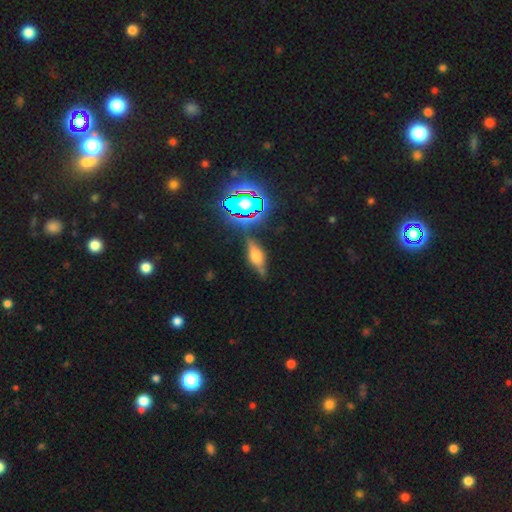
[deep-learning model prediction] Smooth or featured? Predicted: featured or disk (p=0.54). Edge-on disk? Predicted: yes (p=0.88). Merging? Predicted: none (p=0.73).